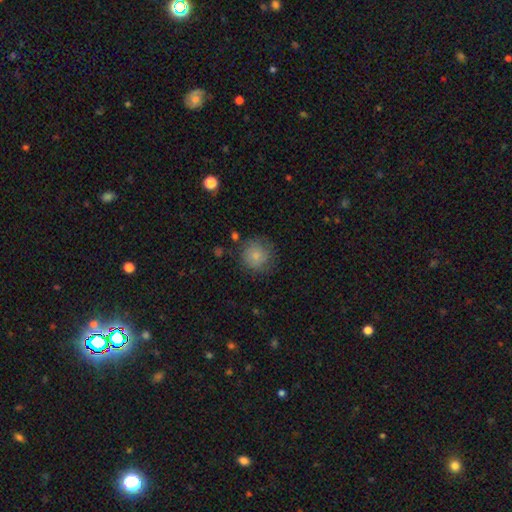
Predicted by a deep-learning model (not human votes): Smooth or featured?
  - smooth: 81% *
  - featured or disk: 11%
  - star or artifact: 8%
How rounded?
  - round: 92% *
  - in between: 7%
  - cigar-shaped: 1%
Merging?
  - none: 74% *
  - minor disturbance: 17%
  - major disturbance: 6%
  - merger: 3%